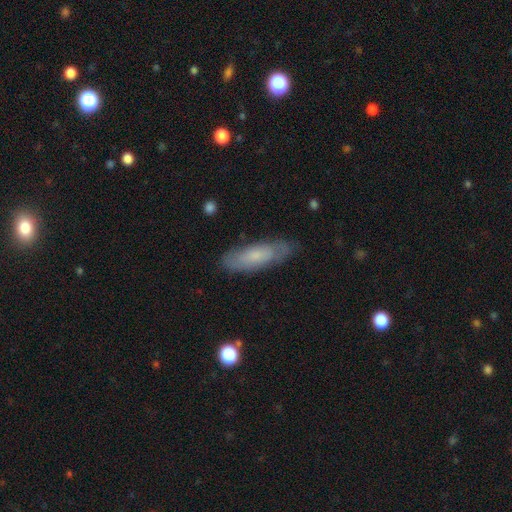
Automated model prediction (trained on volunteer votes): A smooth galaxy with no disk features (60%) that is in between round and cigar-shaped (52%).

Vote fractions:
- Smooth or featured? smooth: 60% / featured or disk: 33% / star or artifact: 7%
- How rounded? in between: 52% / cigar-shaped: 46% / round: 2%
- Merging? none: 79% / minor disturbance: 16% / major disturbance: 4% / merger: 1%